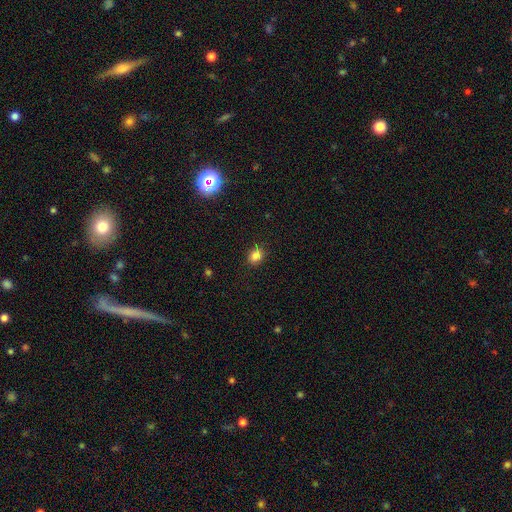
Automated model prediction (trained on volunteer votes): Smooth or featured: smooth — 82% (star or artifact — 13%)
How rounded: round — 56% (in between — 43%)
Merging: none — 82% (minor disturbance — 14%)